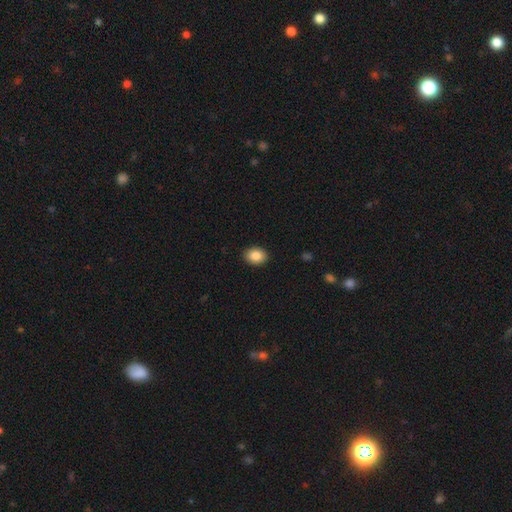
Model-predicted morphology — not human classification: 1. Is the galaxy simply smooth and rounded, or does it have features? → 86% smooth, 8% star or artifact, 6% featured or disk.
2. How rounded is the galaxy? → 64% in between, 35% round, 1% cigar-shaped.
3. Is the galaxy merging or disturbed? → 91% none, 6% minor disturbance, 2% major disturbance, 1% merger.